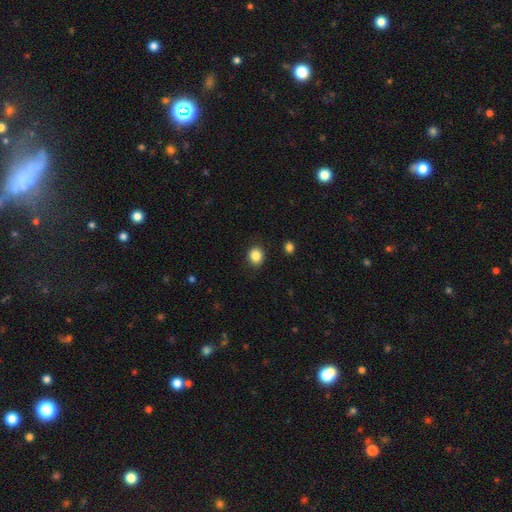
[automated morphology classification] smooth_or_featured: smooth (p=0.85) [alt: star or artifact p=0.10]
how_rounded: round (p=0.73) [alt: in between p=0.26]
merging: none (p=0.88) [alt: minor disturbance p=0.08]